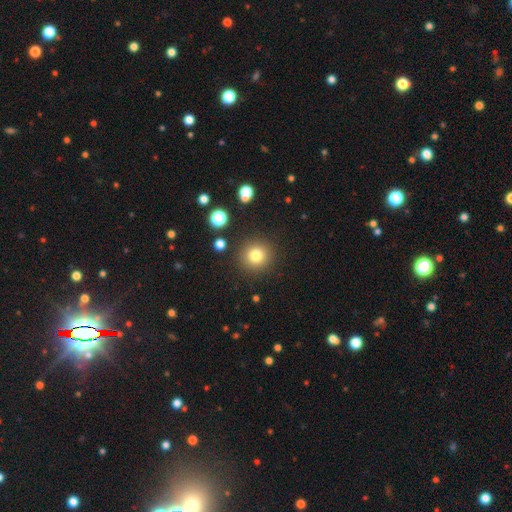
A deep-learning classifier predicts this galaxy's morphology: A smooth galaxy with no disk features (76%) that is round (94%).

Vote fractions:
- Smooth or featured? smooth: 76% / star or artifact: 17% / featured or disk: 7%
- How rounded? round: 94% / in between: 5% / cigar-shaped: 1%
- Merging? none: 91% / minor disturbance: 5% / major disturbance: 2% / merger: 2%